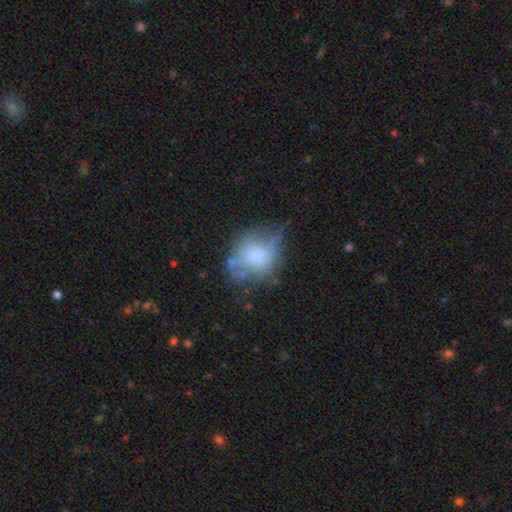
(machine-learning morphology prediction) Smooth or featured? Predicted: smooth (p=0.57). How rounded? Predicted: round (p=0.55). Merging? Predicted: none (p=0.39).